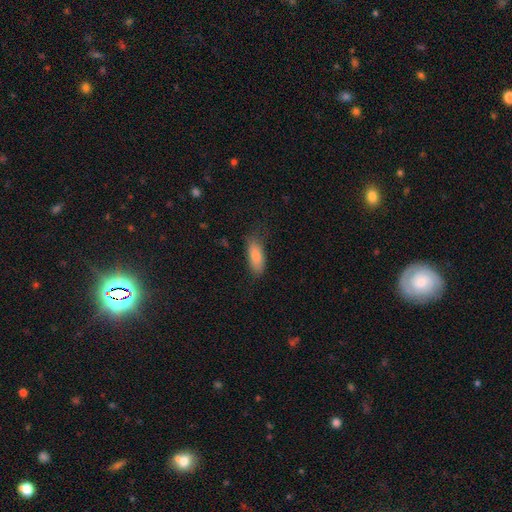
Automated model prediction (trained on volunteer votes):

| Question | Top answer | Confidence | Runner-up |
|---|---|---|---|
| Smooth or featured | smooth | 82% | featured or disk (12%) |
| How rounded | in between | 81% | cigar-shaped (17%) |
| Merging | none | 69% | minor disturbance (22%) |